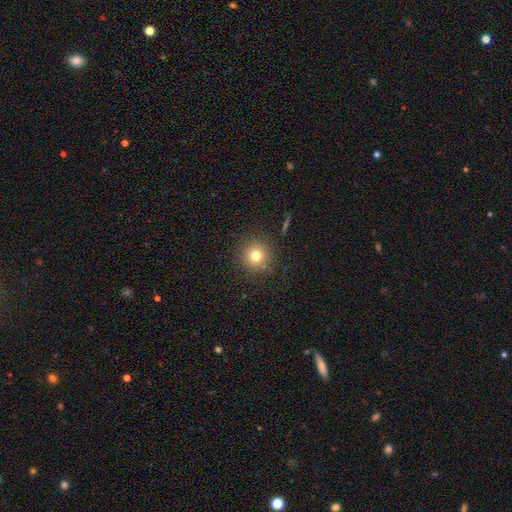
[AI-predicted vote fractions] smooth-or-featured: smooth: 76% | star or artifact: 14% | featured or disk: 9%
  how-rounded: round: 95% | in between: 4% | cigar-shaped: 1%
  merging: none: 89% | minor disturbance: 7% | major disturbance: 3% | merger: 2%